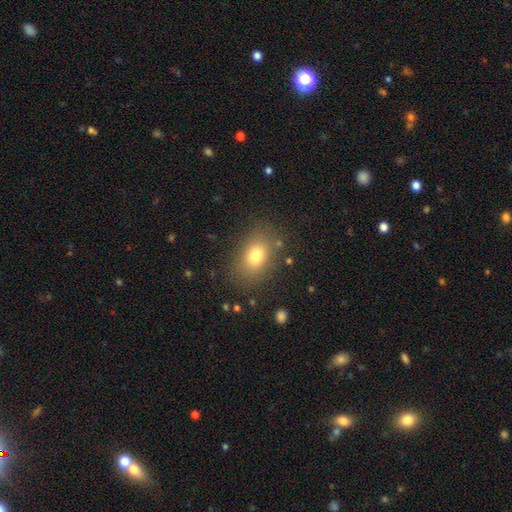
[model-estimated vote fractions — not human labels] This appears to be a smooth galaxy with no disk features (76%) that is in between round and cigar-shaped (76%). Merging: none (82%).